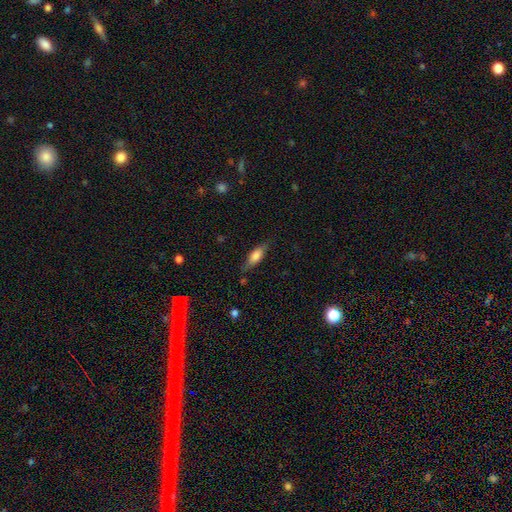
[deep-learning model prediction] Q: Smooth or featured?
A: smooth (65%); runner-up: featured or disk (28%)
Q: How rounded?
A: in between (59%); runner-up: cigar-shaped (39%)
Q: Merging?
A: none (73%); runner-up: minor disturbance (20%)